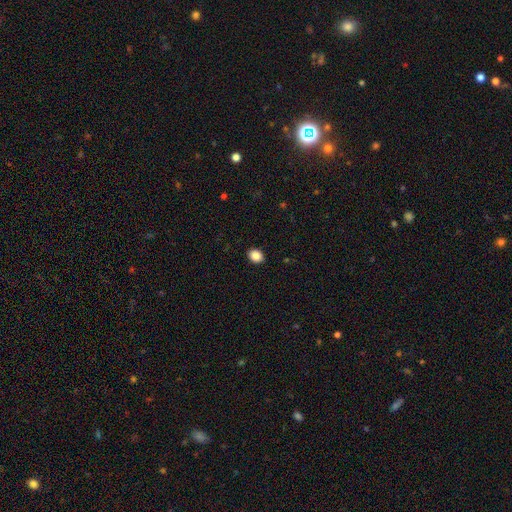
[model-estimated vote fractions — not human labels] Smooth or featured: smooth — 87% (star or artifact — 9%)
How rounded: in between — 55% (round — 44%)
Merging: none — 91% (minor disturbance — 6%)